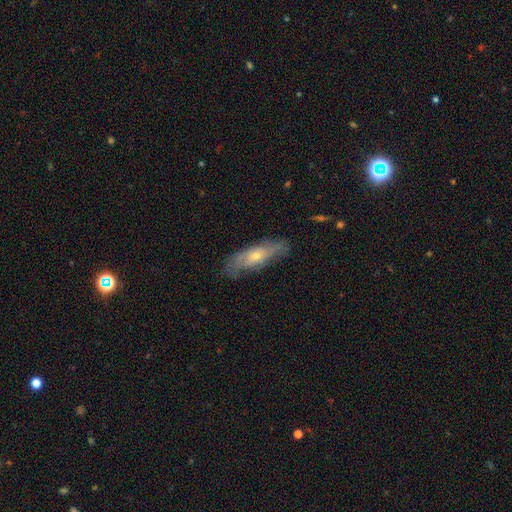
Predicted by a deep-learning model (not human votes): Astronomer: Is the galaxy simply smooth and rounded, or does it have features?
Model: featured or disk — 55% (runner-up: smooth, 38%).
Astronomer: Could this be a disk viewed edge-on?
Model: no — 61% (runner-up: yes, 39%).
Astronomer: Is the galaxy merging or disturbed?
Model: none — 73%.